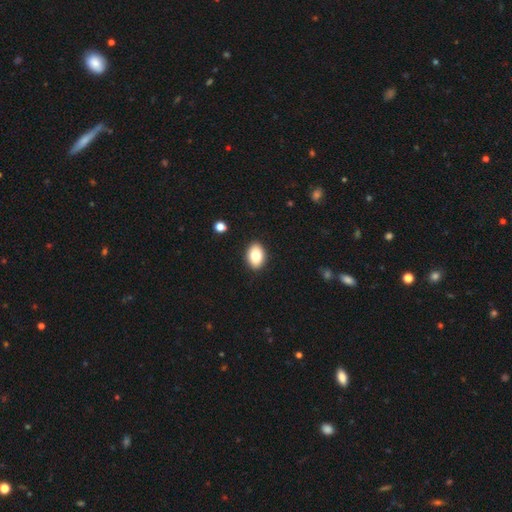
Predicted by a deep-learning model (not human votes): Smooth or featured? Predicted: smooth (p=0.81). How rounded? Predicted: in between (p=0.85). Merging? Predicted: none (p=0.90).